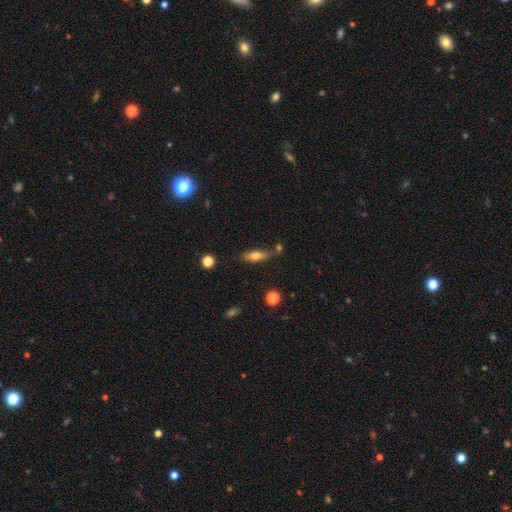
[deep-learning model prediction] The model was most divided on "how rounded": in between: 61%, cigar-shaped: 36%, round: 3%. More confident: smooth or featured — smooth (69%); merging — none (67%).